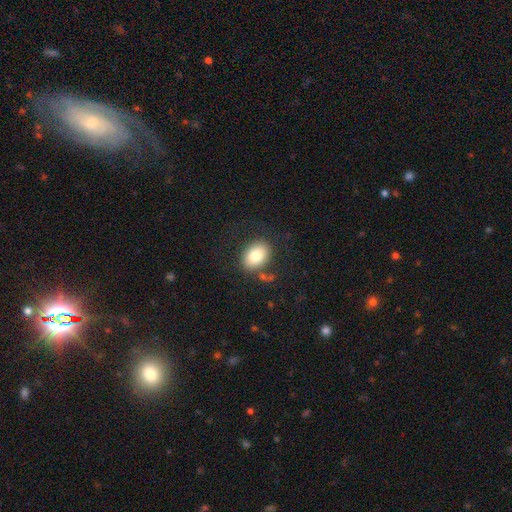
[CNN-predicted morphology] Smooth or featured: smooth — 80% (featured or disk — 12%)
How rounded: in between — 74% (round — 25%)
Merging: none — 78% (minor disturbance — 12%)